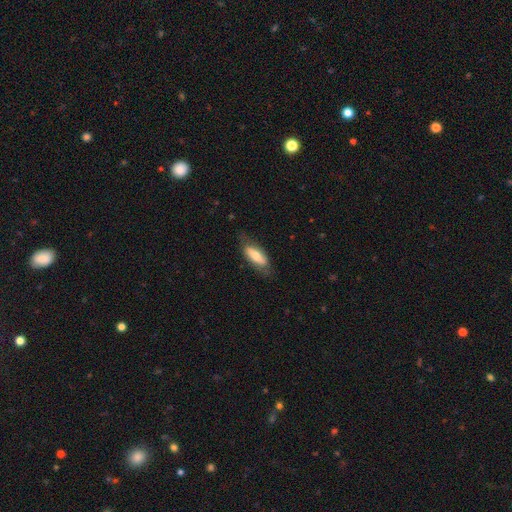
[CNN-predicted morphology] smooth_or_featured: smooth (p=0.63) [alt: featured or disk p=0.31]
how_rounded: in between (p=0.68) [alt: cigar-shaped p=0.30]
merging: none (p=0.69) [alt: minor disturbance p=0.23]